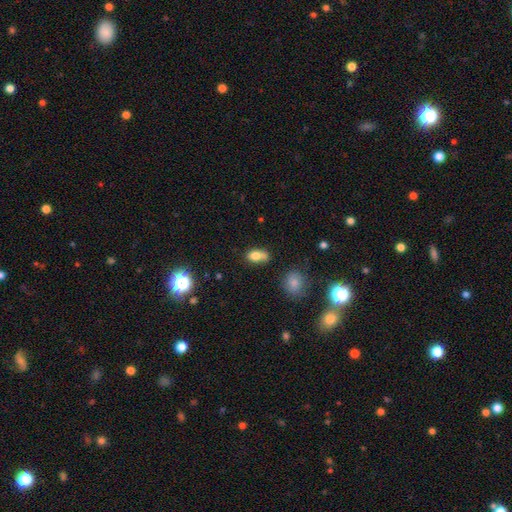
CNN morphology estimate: smooth 76%, star or artifact 12%, featured or disk 12%. Down the decision tree: how rounded — in between (76%); merging — none (43%).